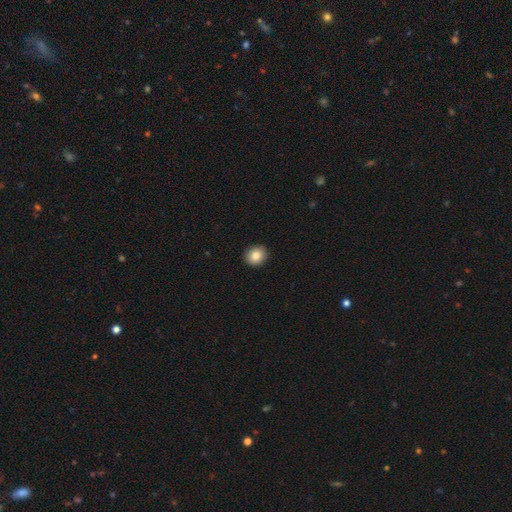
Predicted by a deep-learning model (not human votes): Smooth or featured: smooth — 85% (star or artifact — 9%)
How rounded: round — 72% (in between — 27%)
Merging: none — 91% (minor disturbance — 7%)